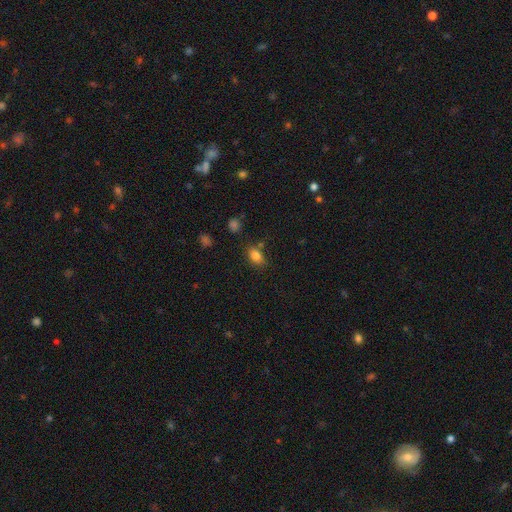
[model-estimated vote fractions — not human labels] A smooth galaxy with no disk features (83%) that is in between round and cigar-shaped (81%). Merging: none (75%).